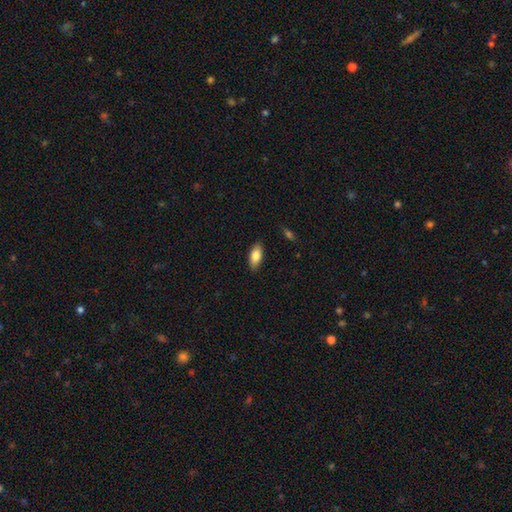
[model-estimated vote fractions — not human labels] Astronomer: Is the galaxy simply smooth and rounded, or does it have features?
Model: smooth — 81%.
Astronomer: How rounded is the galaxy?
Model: in between — 86%.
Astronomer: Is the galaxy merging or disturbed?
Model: none — 87%.